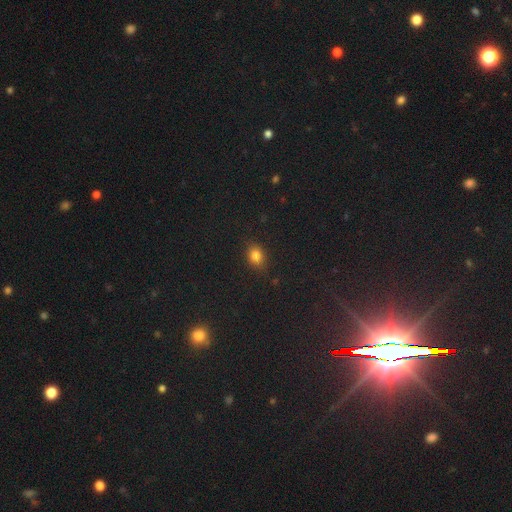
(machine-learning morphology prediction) smooth_or_featured: smooth (p=0.80) [alt: star or artifact p=0.14]
how_rounded: in between (p=0.60) [alt: round p=0.39]
merging: none (p=0.85) [alt: minor disturbance p=0.11]